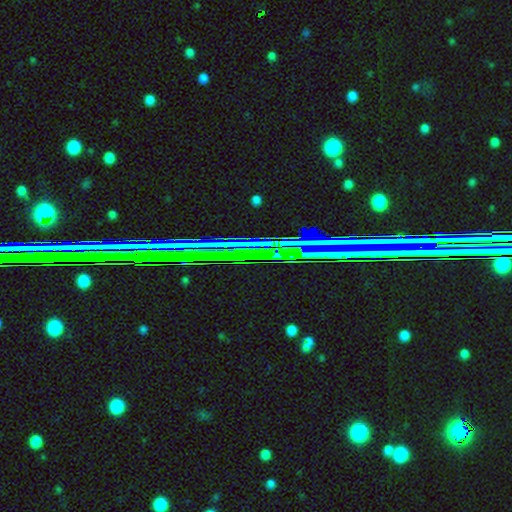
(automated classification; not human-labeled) Smooth or featured: star or artifact — 77% (featured or disk — 13%)